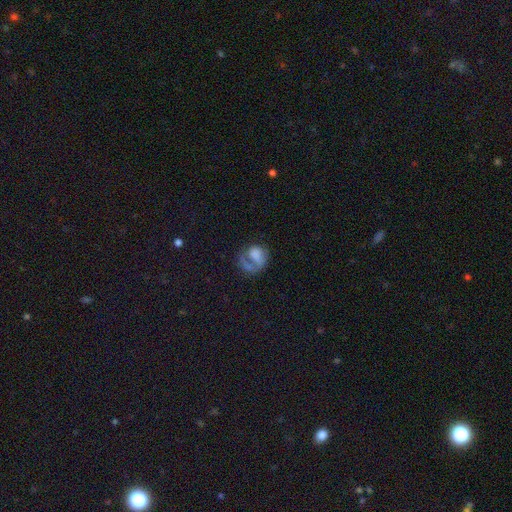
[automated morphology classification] Smooth or featured: smooth — 51% (featured or disk — 39%)
How rounded: round — 56% (in between — 43%)
Merging: major disturbance — 41% (none — 32%)